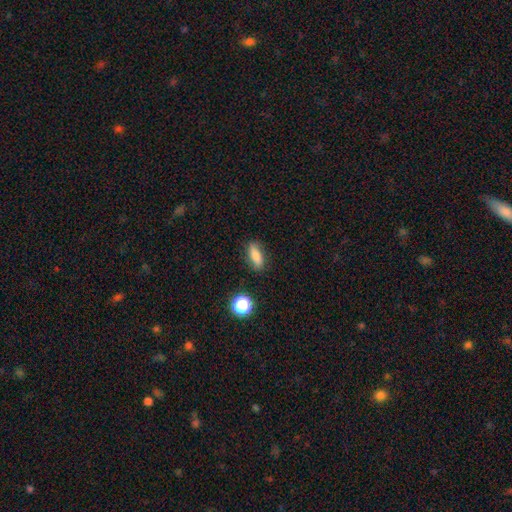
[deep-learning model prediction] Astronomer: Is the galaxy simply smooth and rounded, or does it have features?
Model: smooth — 77%.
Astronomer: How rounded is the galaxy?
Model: in between — 65%.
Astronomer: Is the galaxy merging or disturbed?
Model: none — 82%.